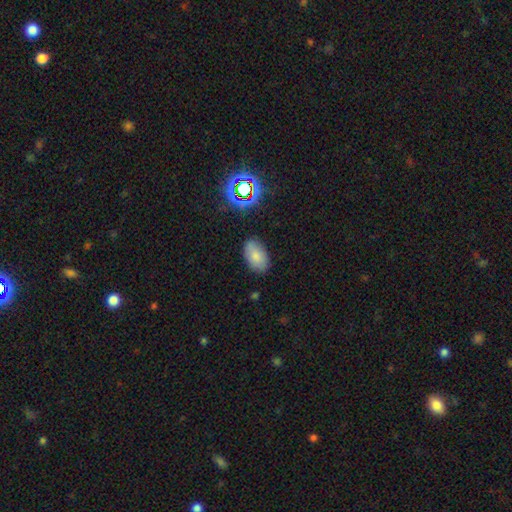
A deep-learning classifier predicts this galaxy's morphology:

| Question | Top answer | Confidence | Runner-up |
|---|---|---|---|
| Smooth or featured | smooth | 78% | star or artifact (11%) |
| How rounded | in between | 92% | round (7%) |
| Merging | none | 80% | minor disturbance (14%) |